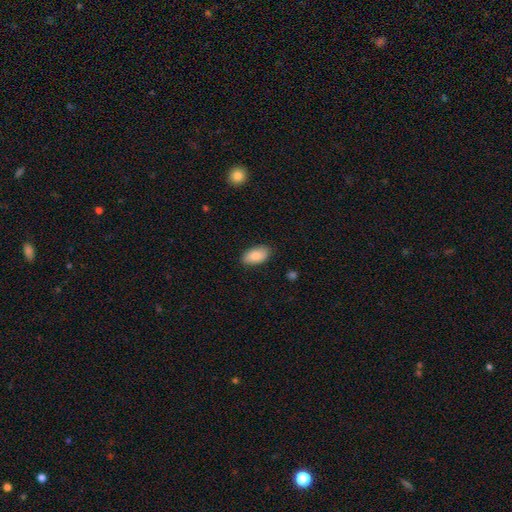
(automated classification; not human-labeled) A smooth galaxy with no disk features (85%) that is in between round and cigar-shaped (94%).

Vote fractions:
- Smooth or featured? smooth: 85% / featured or disk: 8% / star or artifact: 6%
- How rounded? in between: 94% / round: 4% / cigar-shaped: 2%
- Merging? none: 85% / minor disturbance: 11% / major disturbance: 2% / merger: 1%